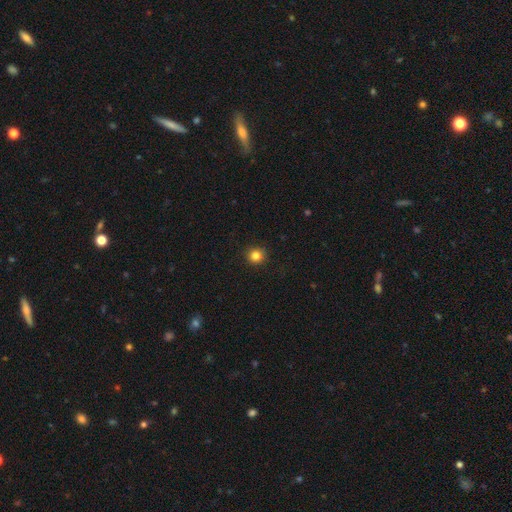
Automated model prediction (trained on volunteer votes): Smooth or featured: smooth — 83% (star or artifact — 12%)
How rounded: round — 92% (in between — 7%)
Merging: none — 92% (minor disturbance — 6%)